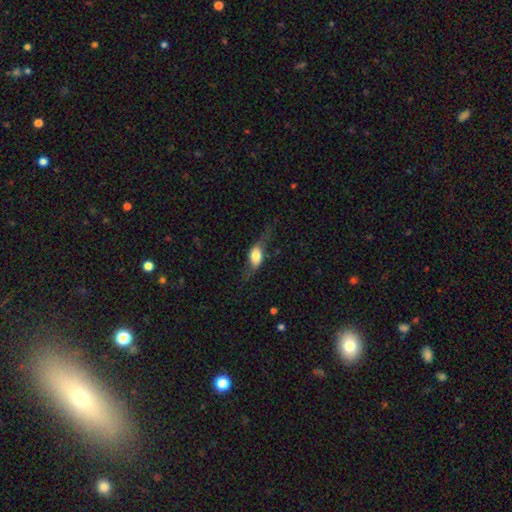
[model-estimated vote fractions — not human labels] Morphology: type=smooth (54%); roundness=in between (73%); merging=none (51%).